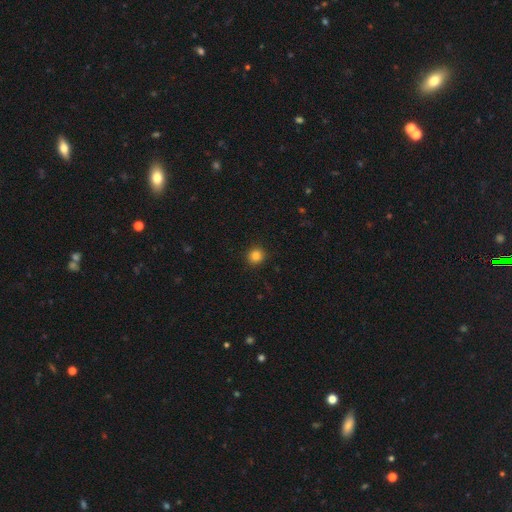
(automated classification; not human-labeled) Q: Smooth or featured?
A: smooth (85%); runner-up: star or artifact (12%)
Q: How rounded?
A: round (91%); runner-up: in between (8%)
Q: Merging?
A: none (91%); runner-up: minor disturbance (6%)